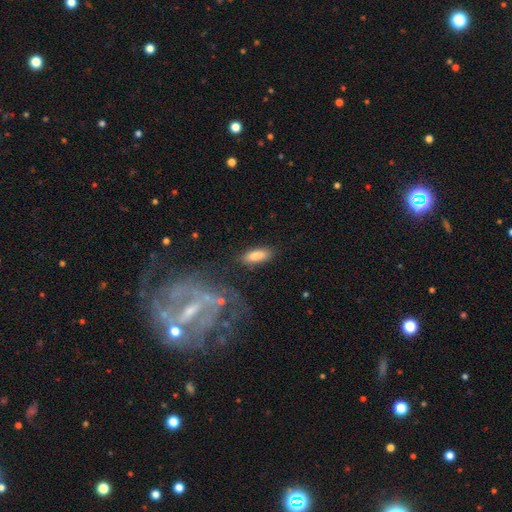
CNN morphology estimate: type=smooth (81%); roundness=in between (69%); merging=none (81%).